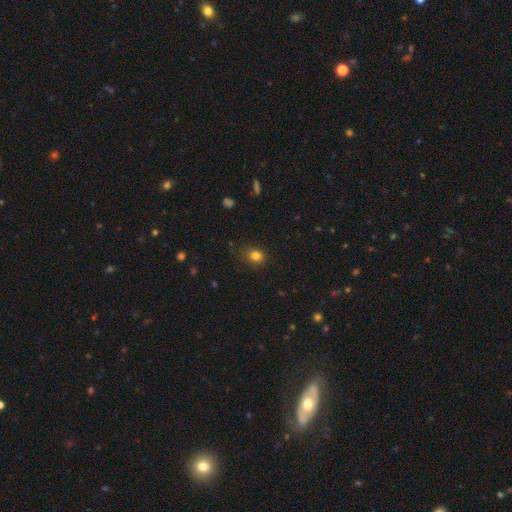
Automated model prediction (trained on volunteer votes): Smooth or featured: smooth — 81% (star or artifact — 13%)
How rounded: round — 63% (in between — 36%)
Merging: none — 78% (minor disturbance — 16%)